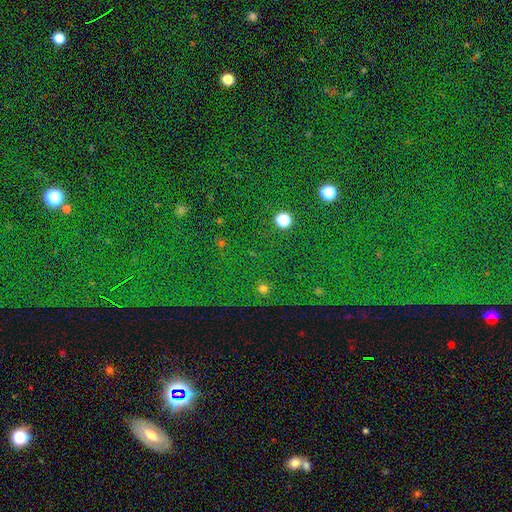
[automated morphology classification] Overall: star or artifact (83%).